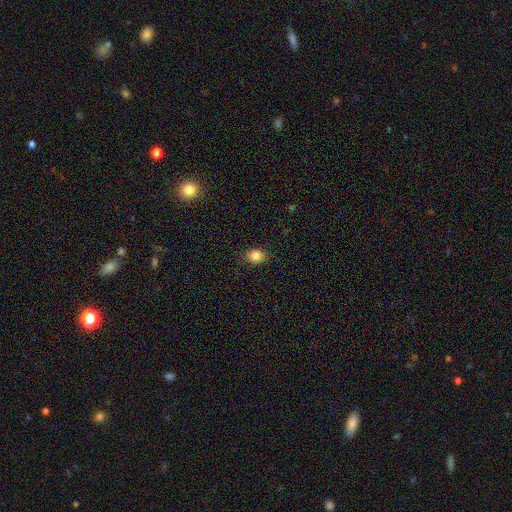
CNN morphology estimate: type=smooth (85%); roundness=round (52%); merging=none (83%).